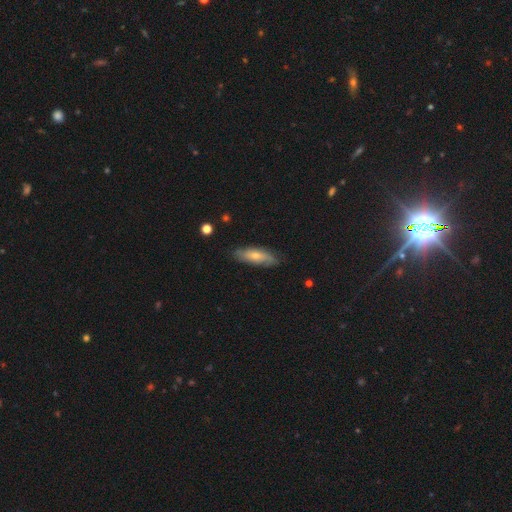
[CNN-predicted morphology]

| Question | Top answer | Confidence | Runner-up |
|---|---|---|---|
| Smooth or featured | smooth | 51% | featured or disk (43%) |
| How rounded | in between | 58% | cigar-shaped (40%) |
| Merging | none | 75% | minor disturbance (20%) |